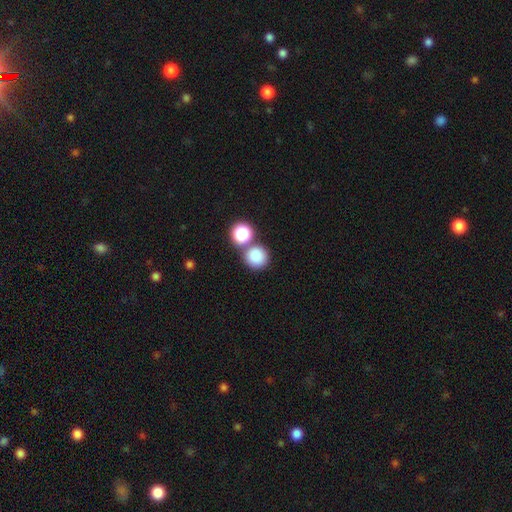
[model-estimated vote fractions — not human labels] Smooth or featured? Predicted: smooth (p=0.82). How rounded? Predicted: round (p=0.92). Merging? Predicted: none (p=0.67).